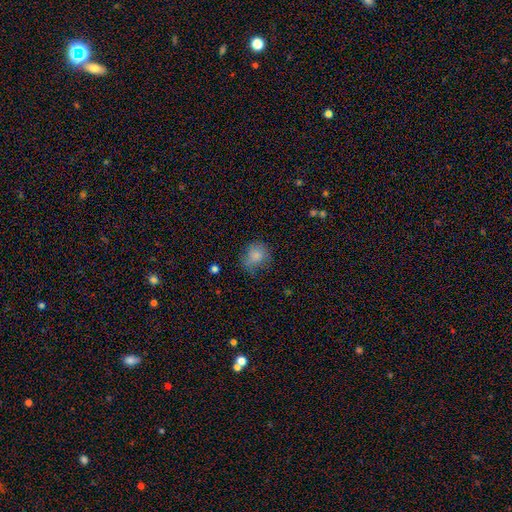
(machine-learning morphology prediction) This appears to be a smooth galaxy with no disk features (79%) that is round (67%). Merging: none (56%).